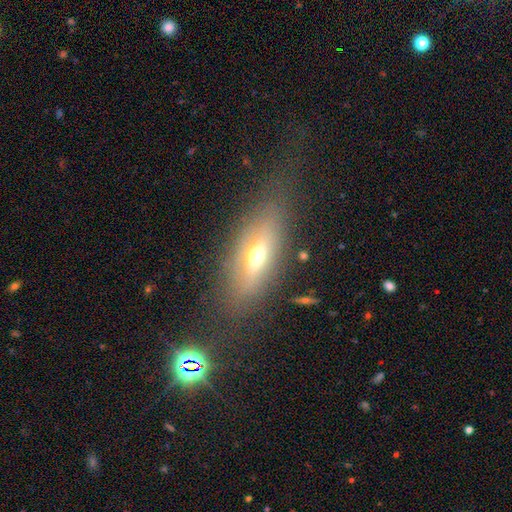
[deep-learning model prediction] The model was most divided on "smooth or featured": smooth: 52%, featured or disk: 37%, star or artifact: 11%. More confident: merging — none (72%); how rounded — in between (67%).